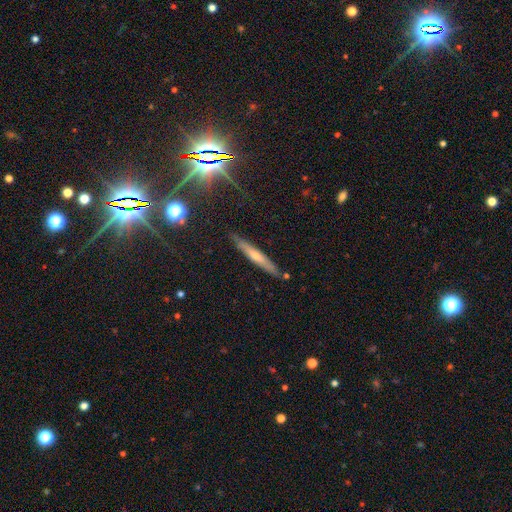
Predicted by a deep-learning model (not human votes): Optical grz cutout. It shows a featured or disk galaxy (46%). Merging: none (87%).